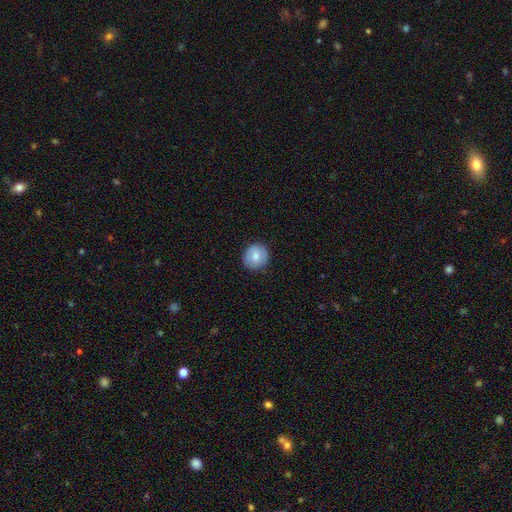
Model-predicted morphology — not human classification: smooth-or-featured: smooth: 74% | featured or disk: 18% | star or artifact: 7%
  how-rounded: round: 87% | in between: 12% | cigar-shaped: 1%
  merging: none: 87% | minor disturbance: 10% | major disturbance: 2% | merger: 1%